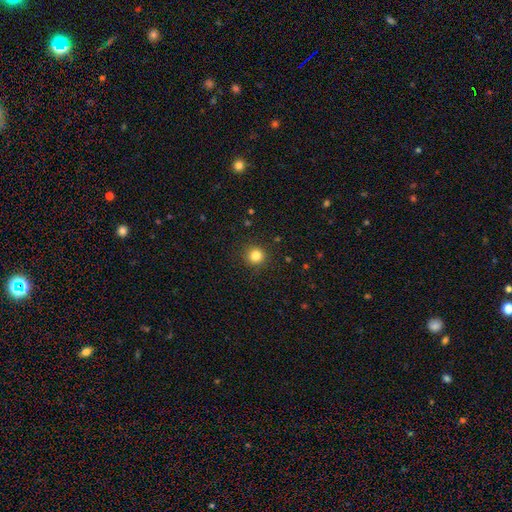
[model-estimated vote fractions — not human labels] Overall: smooth (84%). How rounded: round (93%). Merging: none (91%).